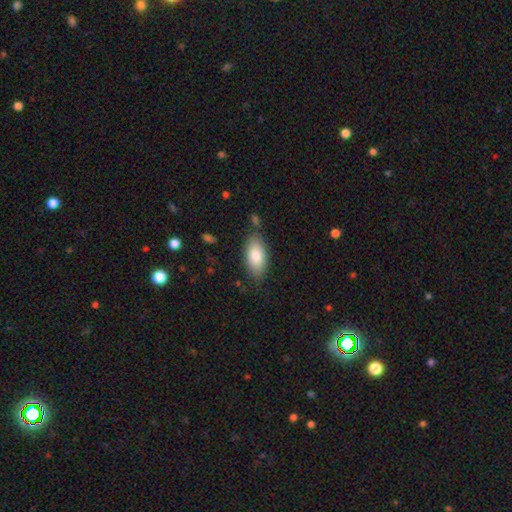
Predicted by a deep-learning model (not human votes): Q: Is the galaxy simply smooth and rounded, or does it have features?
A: smooth — 83%.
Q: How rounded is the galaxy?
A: in between — 90%.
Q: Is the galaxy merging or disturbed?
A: none — 79%.